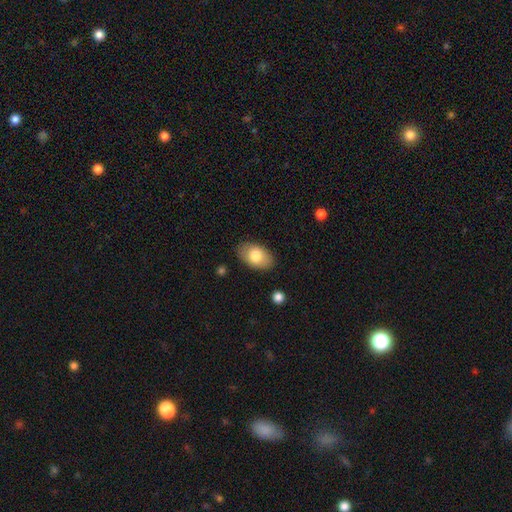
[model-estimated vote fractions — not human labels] Smooth or featured? Predicted: smooth (p=0.78). How rounded? Predicted: in between (p=0.92). Merging? Predicted: none (p=0.86).